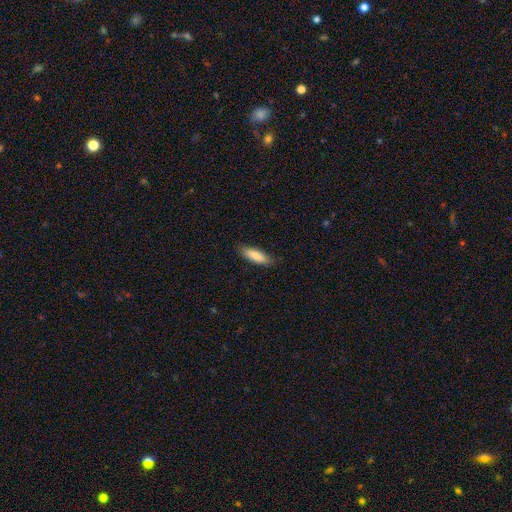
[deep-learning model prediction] Q: Smooth or featured?
A: smooth (82%); runner-up: featured or disk (12%)
Q: How rounded?
A: in between (54%); runner-up: cigar-shaped (44%)
Q: Merging?
A: none (87%); runner-up: minor disturbance (10%)